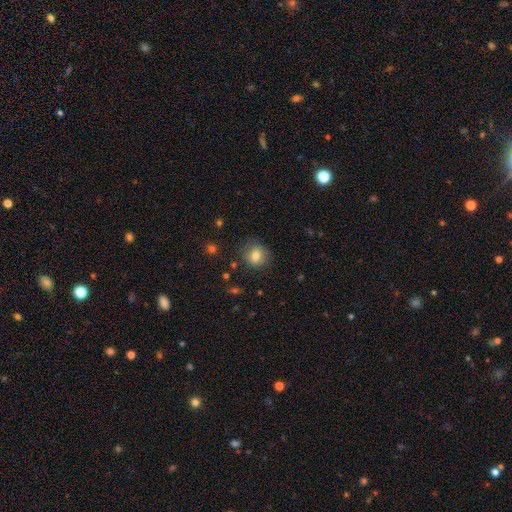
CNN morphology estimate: Smooth or featured? Predicted: smooth (p=0.76). How rounded? Predicted: round (p=0.79). Merging? Predicted: none (p=0.81).